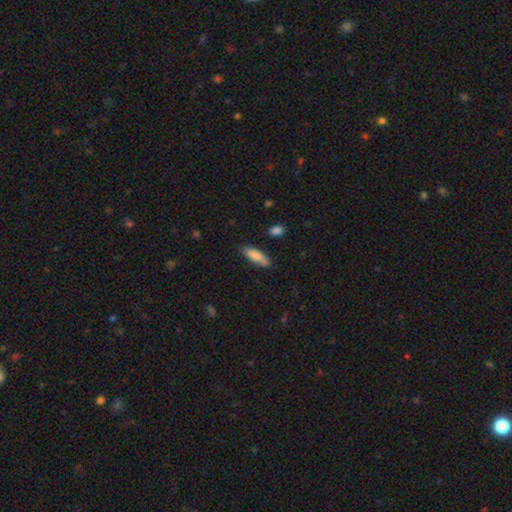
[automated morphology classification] A smooth galaxy with no disk features (84%) that is in between round and cigar-shaped (56%).

Vote fractions:
- Smooth or featured? smooth: 84% / featured or disk: 10% / star or artifact: 6%
- How rounded? in between: 56% / cigar-shaped: 43% / round: 2%
- Merging? none: 74% / minor disturbance: 20% / major disturbance: 3% / merger: 3%